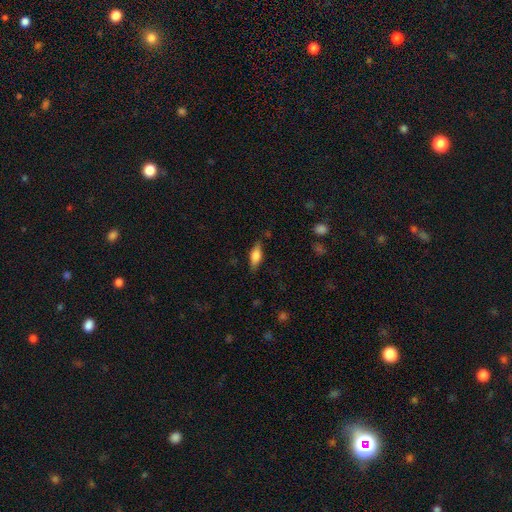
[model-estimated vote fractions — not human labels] A smooth galaxy with no disk features (69%) that is in between round and cigar-shaped (69%). Merging: none (80%).